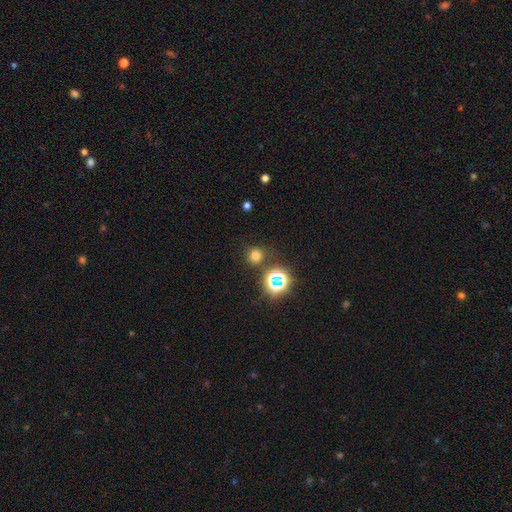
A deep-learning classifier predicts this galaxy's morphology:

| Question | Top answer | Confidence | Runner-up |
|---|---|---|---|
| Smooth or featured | smooth | 66% | star or artifact (27%) |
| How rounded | round | 89% | in between (10%) |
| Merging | none | 81% | minor disturbance (9%) |